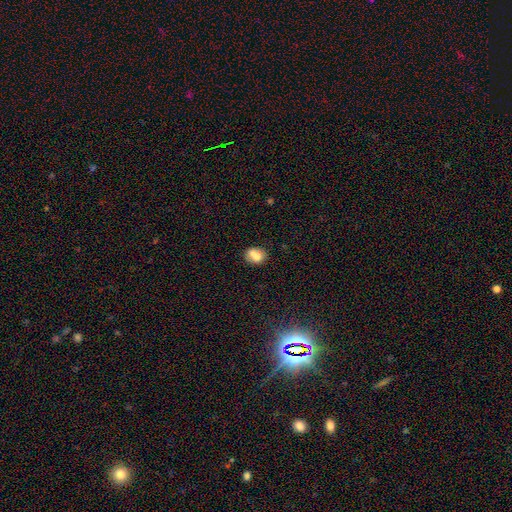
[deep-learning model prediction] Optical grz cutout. It shows a smooth galaxy with no disk features (68%) that is round (58%). Merging: merger (45%).